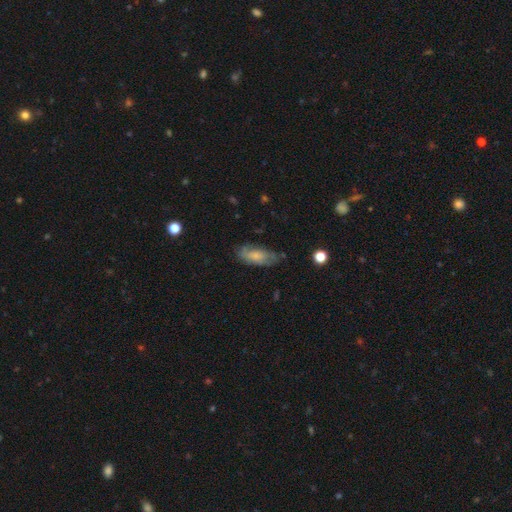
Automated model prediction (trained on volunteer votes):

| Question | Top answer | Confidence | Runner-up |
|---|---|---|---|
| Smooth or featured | smooth | 57% | featured or disk (36%) |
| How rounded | in between | 78% | cigar-shaped (19%) |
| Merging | none | 61% | minor disturbance (27%) |